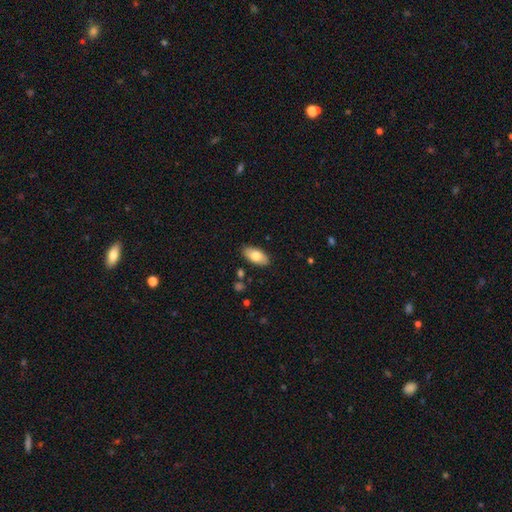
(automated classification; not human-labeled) Smooth or featured: smooth — 79% (featured or disk — 14%)
How rounded: in between — 92% (cigar-shaped — 5%)
Merging: none — 87% (minor disturbance — 9%)